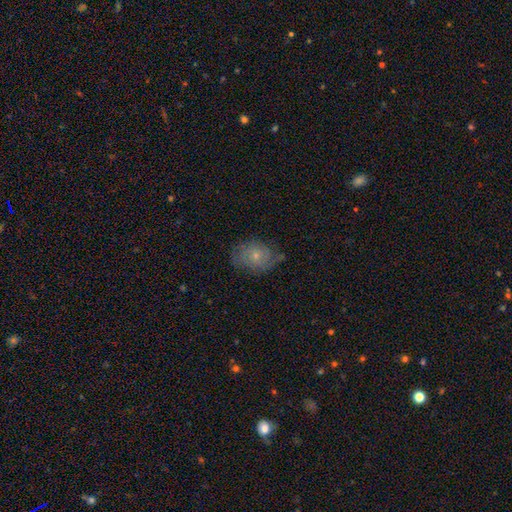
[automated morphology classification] Smooth or featured? featured or disk (52%)
Edge-on disk? no (96%)
Merging? none (61%)